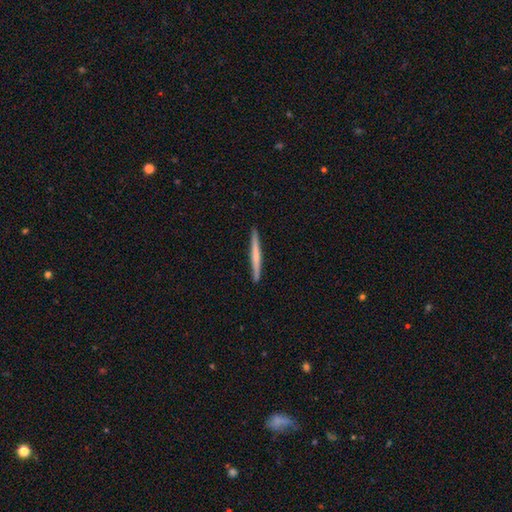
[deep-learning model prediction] Smooth or featured: smooth — 48% (featured or disk — 47%)
Merging: none — 92% (minor disturbance — 6%)